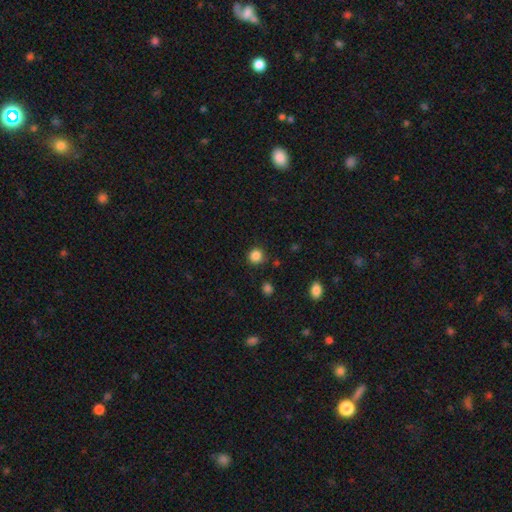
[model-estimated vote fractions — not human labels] Morphology: type=smooth (85%); roundness=round (91%); merging=none (87%).